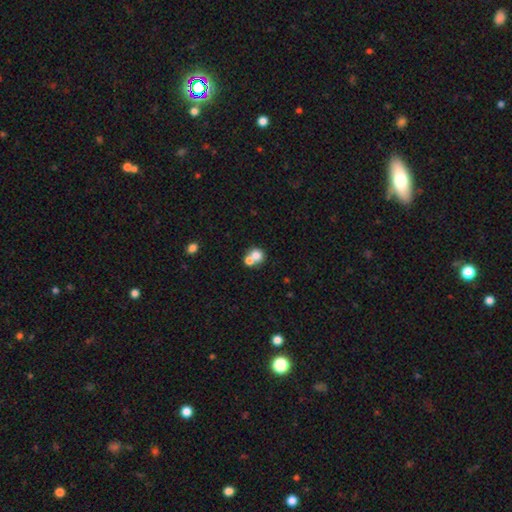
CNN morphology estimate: A smooth galaxy with no disk features (74%) that is round (80%).

Vote fractions:
- Smooth or featured? smooth: 74% / featured or disk: 15% / star or artifact: 11%
- How rounded? round: 80% / in between: 19% / cigar-shaped: 1%
- Merging? merger: 56% / none: 35% / minor disturbance: 6% / major disturbance: 3%